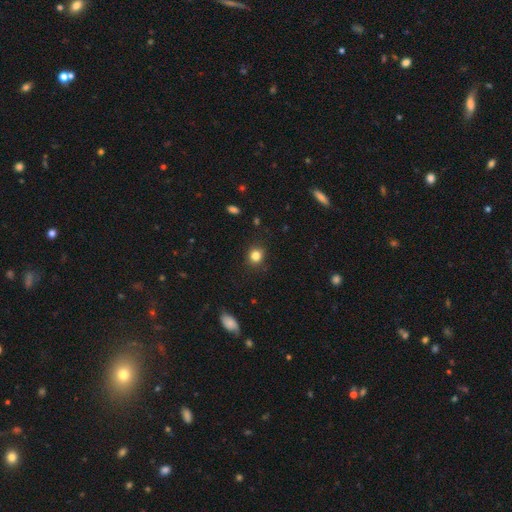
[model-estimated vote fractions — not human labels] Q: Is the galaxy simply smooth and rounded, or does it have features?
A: smooth — 83%.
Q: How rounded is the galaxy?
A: round — 78%.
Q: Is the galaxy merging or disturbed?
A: none — 88%.